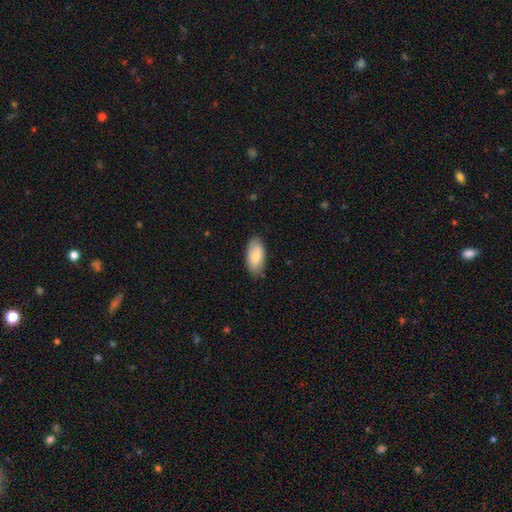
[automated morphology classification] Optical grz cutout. It shows a smooth galaxy with no disk features (78%) that is in between round and cigar-shaped (93%). Merging: none (79%).